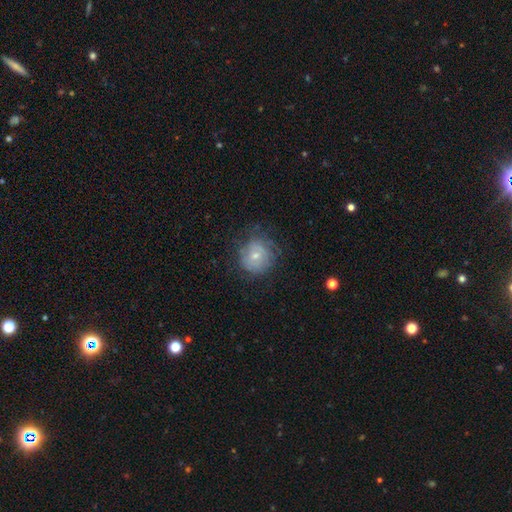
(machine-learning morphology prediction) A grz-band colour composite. It shows a featured or disk galaxy (47%). Merging: none (62%).